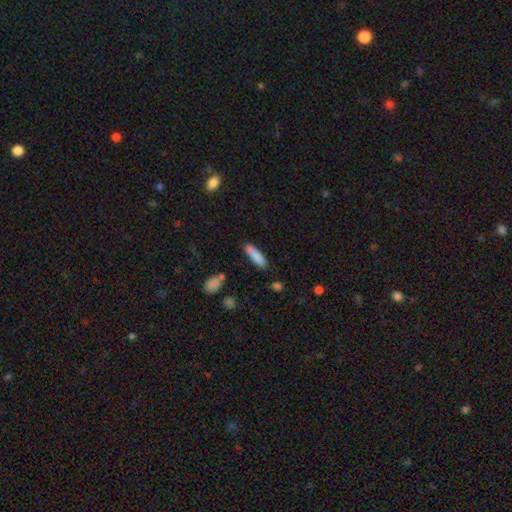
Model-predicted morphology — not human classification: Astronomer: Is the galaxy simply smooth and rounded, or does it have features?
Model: smooth — 85%.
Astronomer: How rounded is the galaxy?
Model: cigar-shaped — 70%.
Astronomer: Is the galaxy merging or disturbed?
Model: none — 77%.